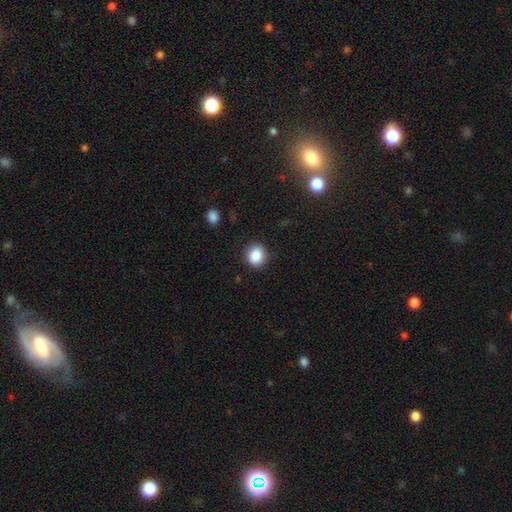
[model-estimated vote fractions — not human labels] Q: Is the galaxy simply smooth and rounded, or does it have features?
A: smooth — 86%.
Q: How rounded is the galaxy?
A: round — 79%.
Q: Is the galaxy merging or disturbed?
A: none — 89%.